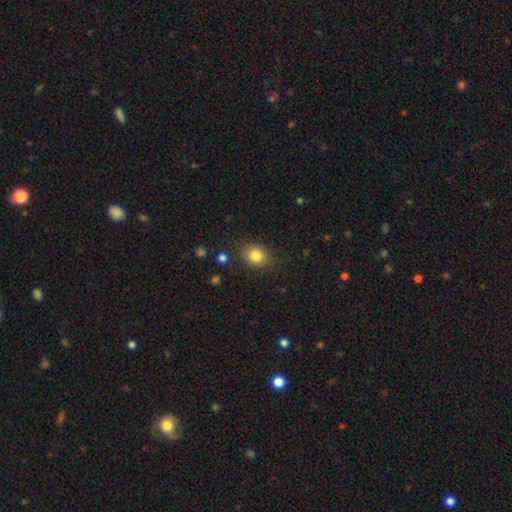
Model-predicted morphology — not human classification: This is clearly a smooth galaxy (83%). How rounded: possibly round (57%). Merging: clearly none (84%).